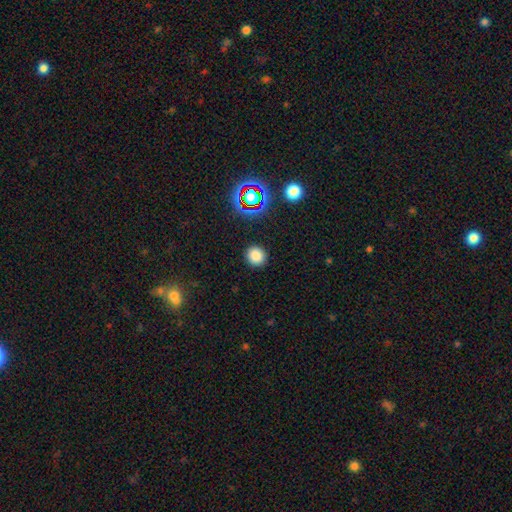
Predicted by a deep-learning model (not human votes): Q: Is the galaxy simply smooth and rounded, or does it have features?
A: smooth — 80%.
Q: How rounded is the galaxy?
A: round — 89%.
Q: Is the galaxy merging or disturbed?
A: none — 90%.